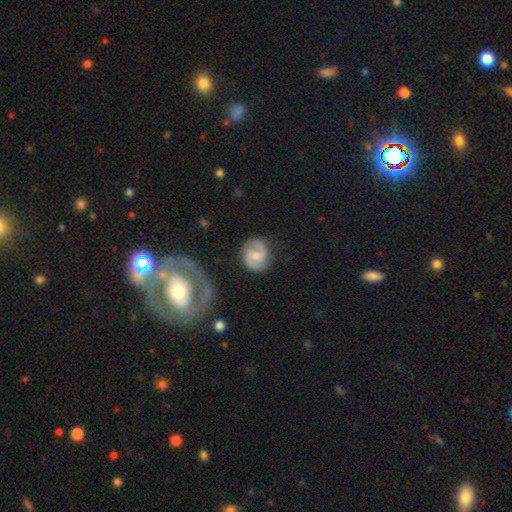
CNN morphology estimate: featured or disk 76%, smooth 19%, star or artifact 5%. Down the decision tree: edge-on disk — no (98%); bar — weak (50%); spiral arms — yes (95%); spiral arm count — 2 (91%); spiral winding — medium (51%); bulge size — moderate (47%); merging — none (83%).